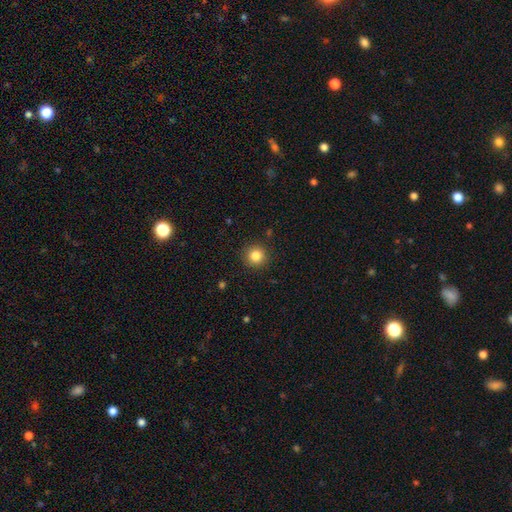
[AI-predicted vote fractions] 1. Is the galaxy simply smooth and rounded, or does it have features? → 84% smooth, 11% star or artifact, 5% featured or disk.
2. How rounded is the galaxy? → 94% round, 5% in between, 1% cigar-shaped.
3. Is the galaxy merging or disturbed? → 91% none, 6% minor disturbance, 2% major disturbance, 1% merger.